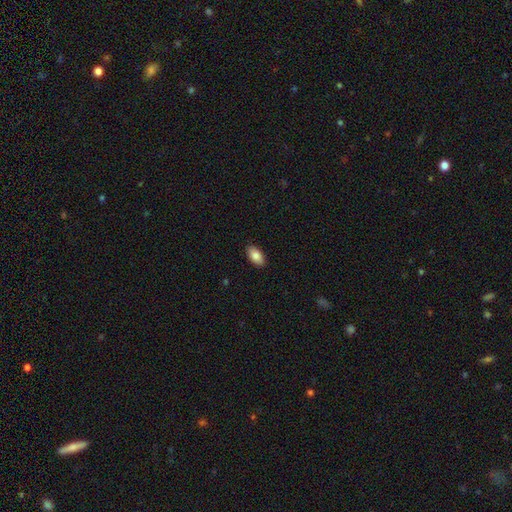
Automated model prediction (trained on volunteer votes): Morphology: type=smooth (85%); roundness=in between (93%); merging=none (89%).